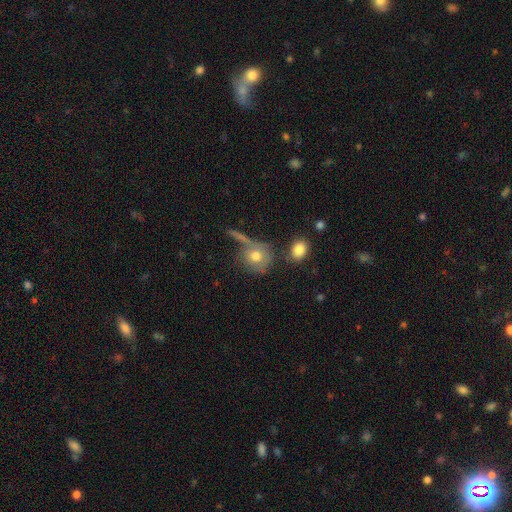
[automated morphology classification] Smooth or featured?
  - smooth: 69% *
  - featured or disk: 22%
  - star or artifact: 10%
How rounded?
  - round: 82% *
  - in between: 16%
  - cigar-shaped: 2%
Merging?
  - none: 53% *
  - merger: 19%
  - minor disturbance: 16%
  - major disturbance: 12%